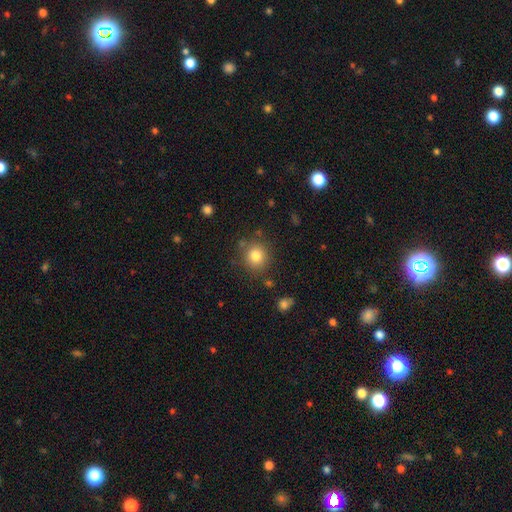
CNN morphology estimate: smooth 81%, star or artifact 12%, featured or disk 7%. Down the decision tree: how rounded — round (88%); merging — none (83%).